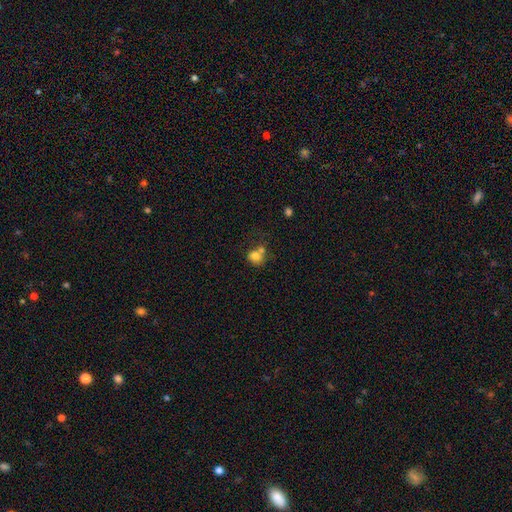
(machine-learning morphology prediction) type=smooth (77%); roundness=round (70%); merging=none (42%).